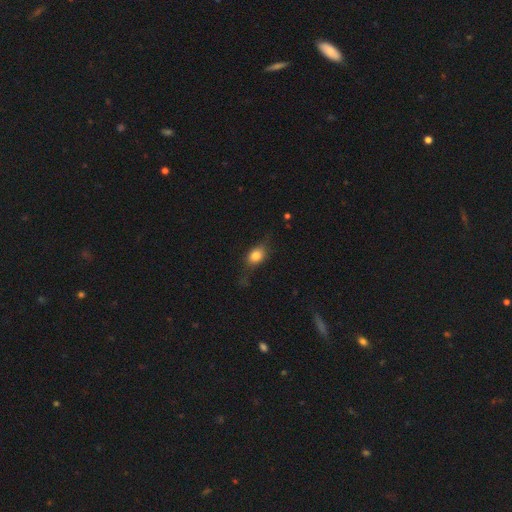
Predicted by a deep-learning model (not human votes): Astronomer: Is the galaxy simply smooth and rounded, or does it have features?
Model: smooth — 75%.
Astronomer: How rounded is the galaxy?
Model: in between — 63%.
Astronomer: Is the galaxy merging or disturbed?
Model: none — 62%.